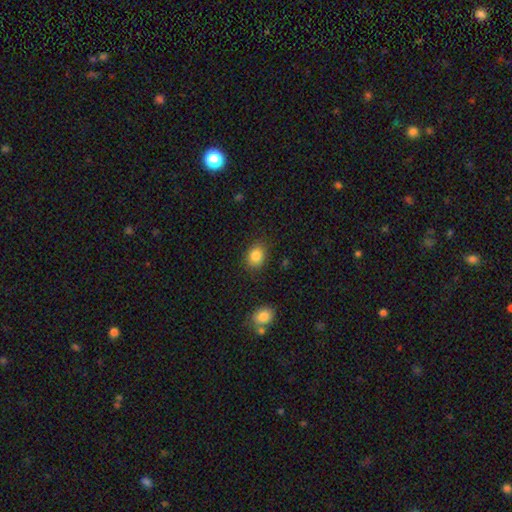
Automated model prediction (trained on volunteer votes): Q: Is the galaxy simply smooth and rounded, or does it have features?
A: smooth — 85%.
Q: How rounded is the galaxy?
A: in between — 52%.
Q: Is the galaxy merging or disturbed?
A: none — 83%.